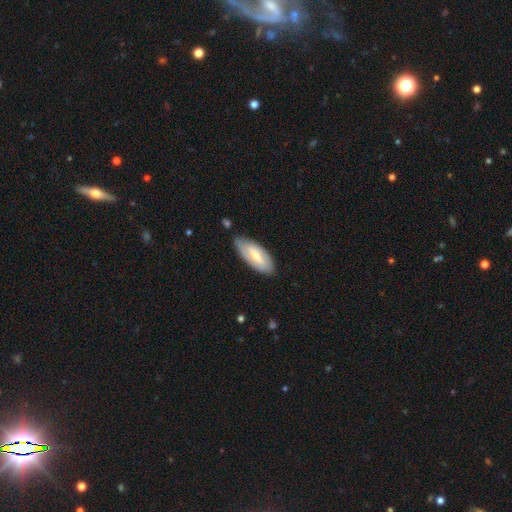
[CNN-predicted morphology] Overall: featured or disk (52%; smooth 43%). Edge-on disk: no (87%). Merging: none (78%).